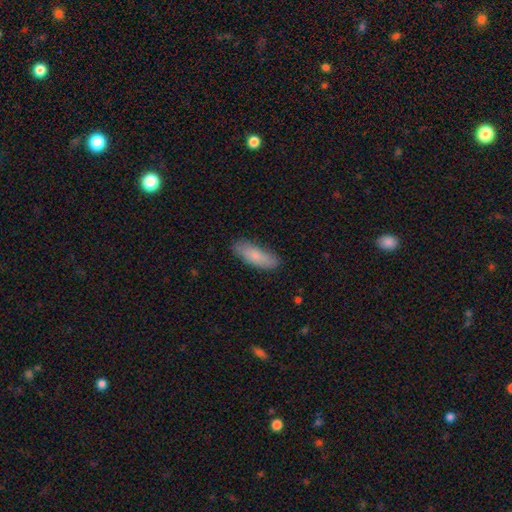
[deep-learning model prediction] smooth_or_featured: smooth (p=0.80) [alt: featured or disk p=0.14]
how_rounded: in between (p=0.63) [alt: cigar-shaped p=0.35]
merging: none (p=0.82) [alt: minor disturbance p=0.14]